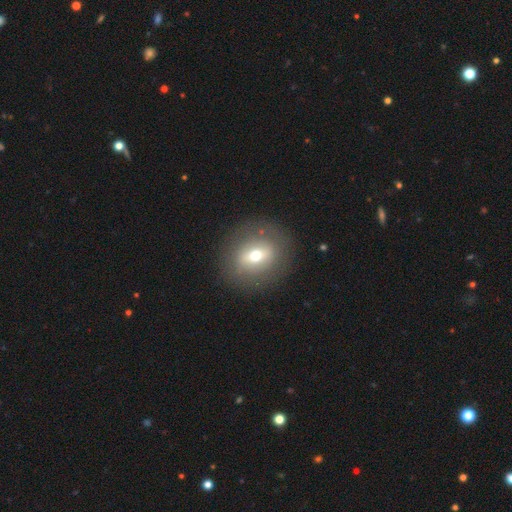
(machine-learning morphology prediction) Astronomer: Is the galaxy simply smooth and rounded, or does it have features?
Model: smooth — 51% (runner-up: featured or disk, 39%).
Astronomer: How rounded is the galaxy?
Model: round — 71%.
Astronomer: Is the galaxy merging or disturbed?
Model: none — 84%.